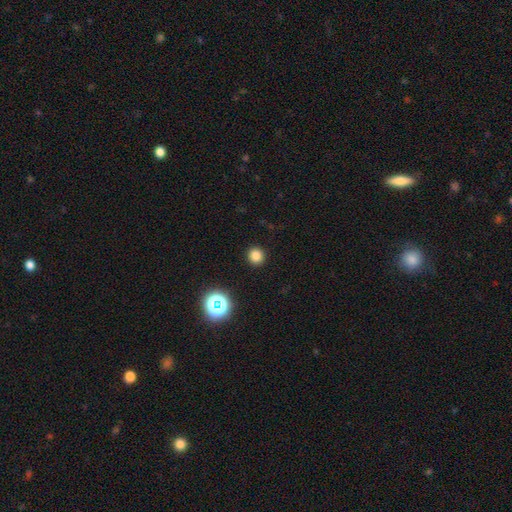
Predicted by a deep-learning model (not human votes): Smooth or featured: smooth — 80% (star or artifact — 16%)
How rounded: round — 91% (in between — 8%)
Merging: none — 92% (minor disturbance — 5%)